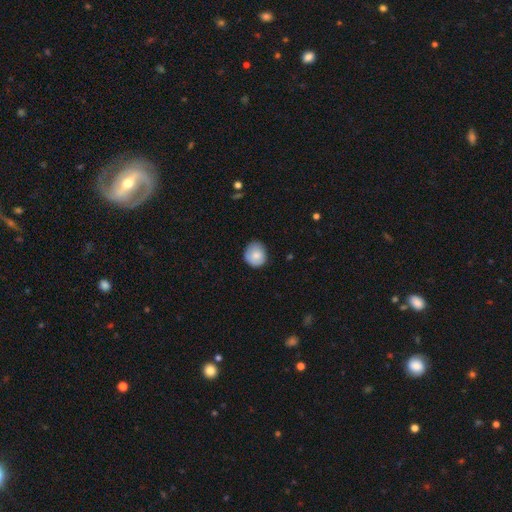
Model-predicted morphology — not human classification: A smooth galaxy with no disk features (80%) that is round (82%). Merging: none (77%).